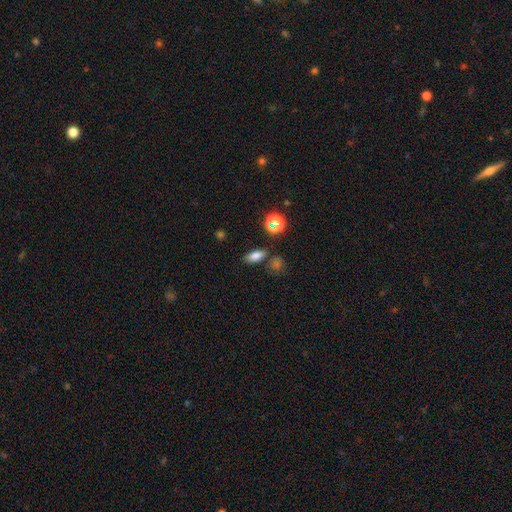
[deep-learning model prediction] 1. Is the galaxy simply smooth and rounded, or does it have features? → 76% smooth, 16% star or artifact, 8% featured or disk.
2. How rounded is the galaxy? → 78% in between, 13% cigar-shaped, 9% round.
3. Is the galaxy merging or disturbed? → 79% none, 11% minor disturbance, 6% merger, 3% major disturbance.